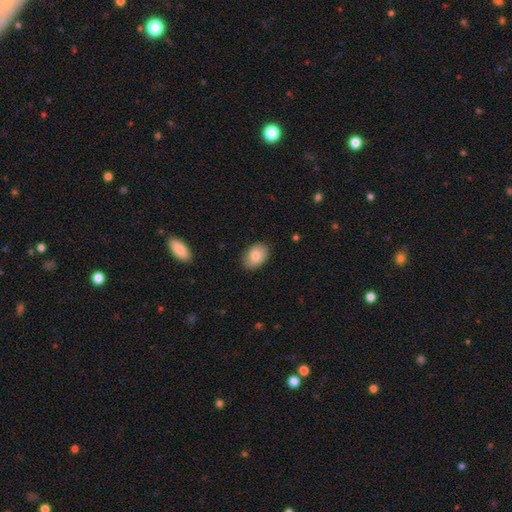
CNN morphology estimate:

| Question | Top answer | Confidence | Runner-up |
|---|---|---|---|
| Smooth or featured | smooth | 82% | featured or disk (11%) |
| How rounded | in between | 78% | round (21%) |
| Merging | none | 85% | minor disturbance (12%) |